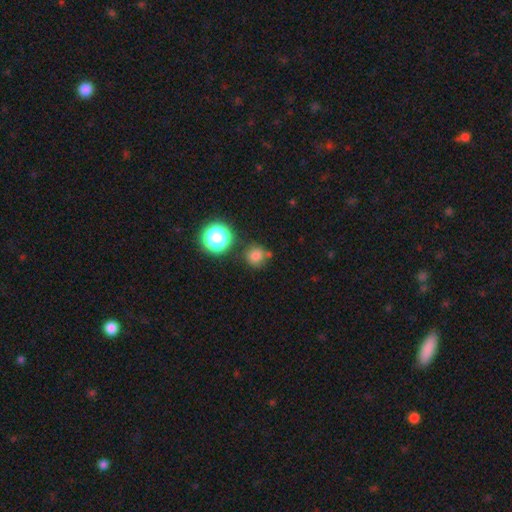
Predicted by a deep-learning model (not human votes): A smooth galaxy with no disk features (75%) that is round (90%).

Vote fractions:
- Smooth or featured? smooth: 75% / star or artifact: 18% / featured or disk: 7%
- How rounded? round: 90% / in between: 9% / cigar-shaped: 1%
- Merging? none: 74% / minor disturbance: 13% / merger: 9% / major disturbance: 4%